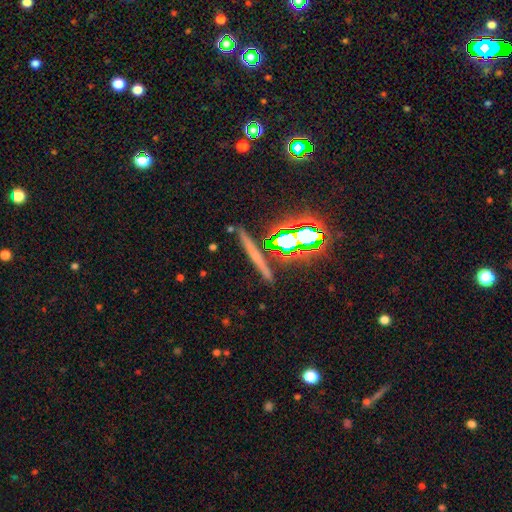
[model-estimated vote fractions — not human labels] Smooth or featured: featured or disk — 37% (smooth — 32%)
Merging: none — 85% (minor disturbance — 8%)